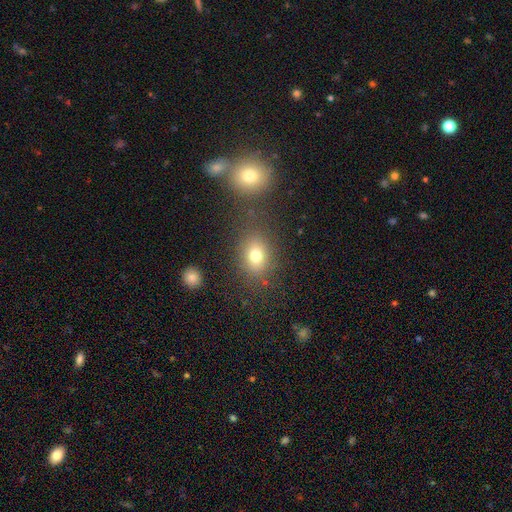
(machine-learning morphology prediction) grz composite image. It shows a smooth galaxy with no disk features (74%) that is in between round and cigar-shaped (54%). Merging: none (76%).